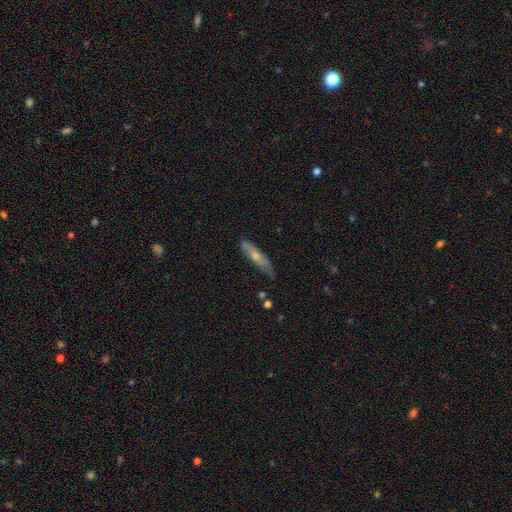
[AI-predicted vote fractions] A smooth galaxy with no disk features (57%) that is cigar-shaped (80%). Merging: none (68%).